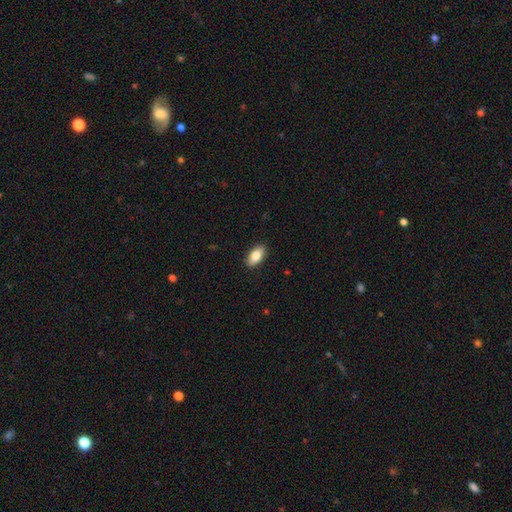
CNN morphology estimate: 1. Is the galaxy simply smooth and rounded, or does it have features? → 85% smooth, 9% featured or disk, 7% star or artifact.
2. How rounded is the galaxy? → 92% in between, 4% cigar-shaped, 4% round.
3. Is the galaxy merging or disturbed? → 90% none, 8% minor disturbance, 2% major disturbance, 1% merger.